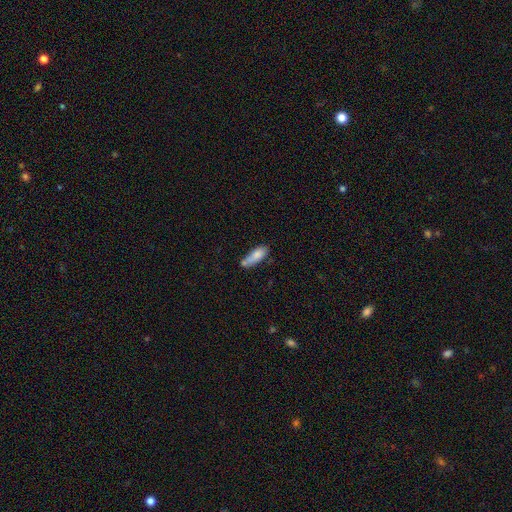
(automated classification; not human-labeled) This is likely a smooth galaxy (77%). How rounded: possibly in between (58%). Merging: marginally none (42%).